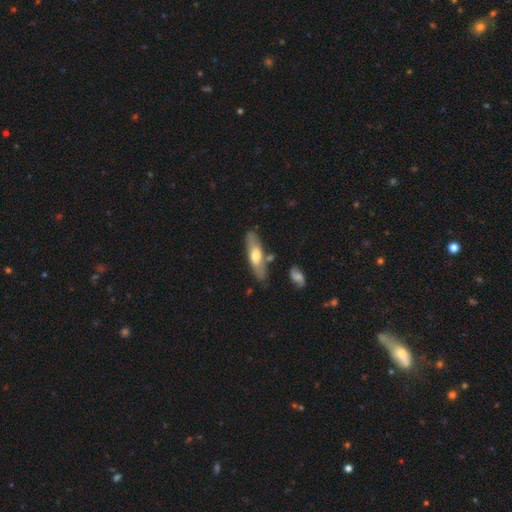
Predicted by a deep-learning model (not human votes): Overall: smooth (52%; featured or disk 42%). How rounded: cigar-shaped (55%; in between 42%). Merging: none (75%).